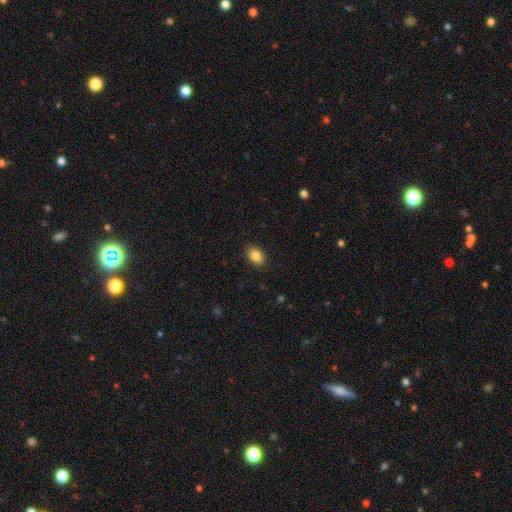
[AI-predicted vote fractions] Smooth or featured? Predicted: smooth (p=0.86). How rounded? Predicted: in between (p=0.68). Merging? Predicted: none (p=0.89).